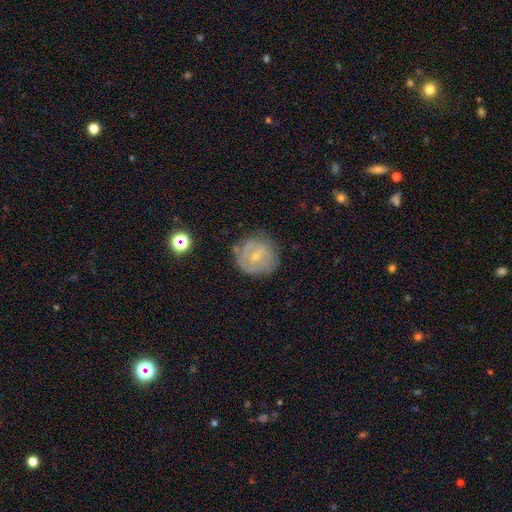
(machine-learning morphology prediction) Smooth or featured? Predicted: featured or disk (p=0.52). Edge-on disk? Predicted: no (p=0.97). Bar? Predicted: no (p=0.54). Spiral arms? Predicted: yes (p=0.56). Bulge size? Predicted: small (p=0.71). Merging? Predicted: none (p=0.67).